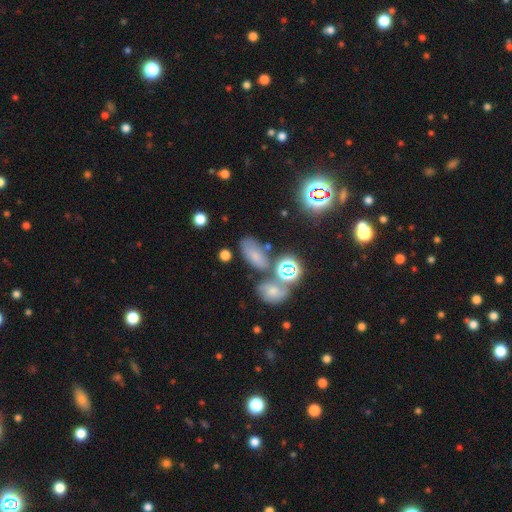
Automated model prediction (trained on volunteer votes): Q: Smooth or featured?
A: smooth (62%); runner-up: star or artifact (22%)
Q: How rounded?
A: in between (86%); runner-up: round (9%)
Q: Merging?
A: none (56%); runner-up: merger (19%)